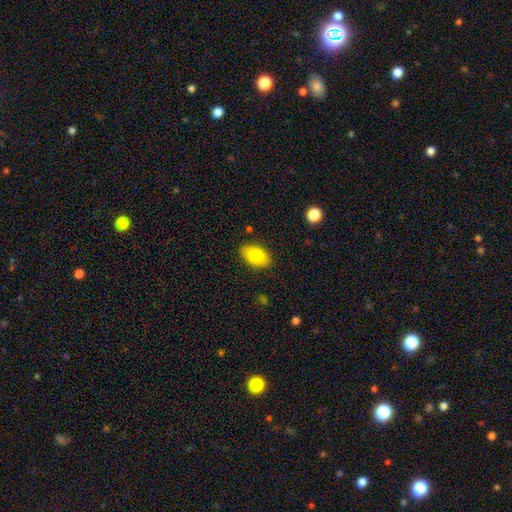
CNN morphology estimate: Smooth or featured?
  - smooth: 82% *
  - featured or disk: 11%
  - star or artifact: 7%
How rounded?
  - in between: 91% *
  - round: 7%
  - cigar-shaped: 1%
Merging?
  - none: 86% *
  - minor disturbance: 11%
  - major disturbance: 2%
  - merger: 1%